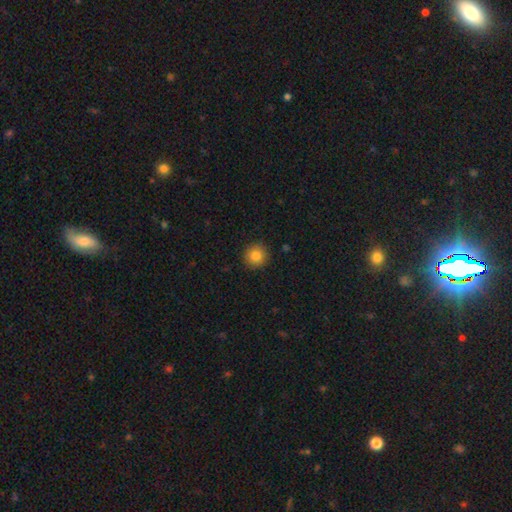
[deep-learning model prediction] This appears to be a smooth galaxy with no disk features (83%) that is round (94%). Merging: none (91%).